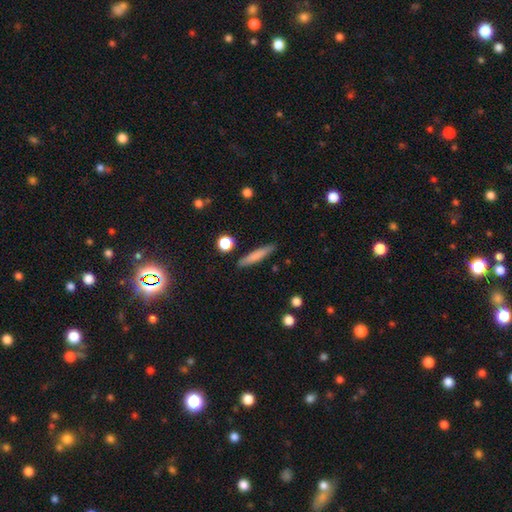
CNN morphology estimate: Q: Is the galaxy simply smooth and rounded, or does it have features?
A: smooth — 75%.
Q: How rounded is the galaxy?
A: cigar-shaped — 91%.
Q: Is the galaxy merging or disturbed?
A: none — 89%.